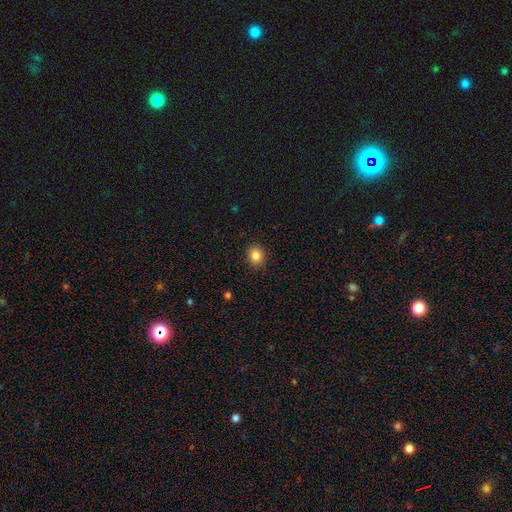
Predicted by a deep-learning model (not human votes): The model was most divided on "how rounded": round: 65%, in between: 34%, cigar-shaped: 1%. More confident: merging — none (90%); smooth or featured — smooth (84%).